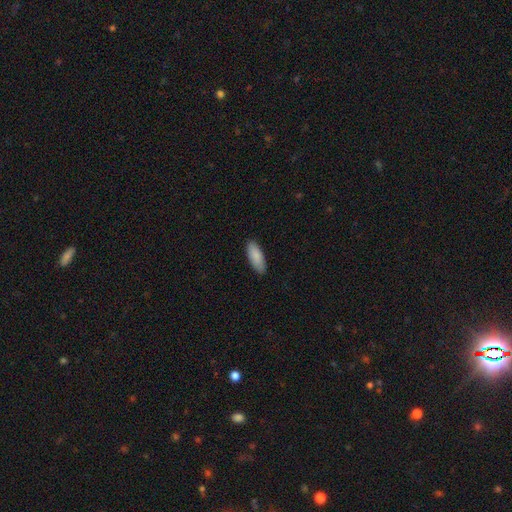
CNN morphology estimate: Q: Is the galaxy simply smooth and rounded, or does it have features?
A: smooth — 89%.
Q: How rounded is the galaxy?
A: in between — 76%.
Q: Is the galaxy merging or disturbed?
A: none — 88%.